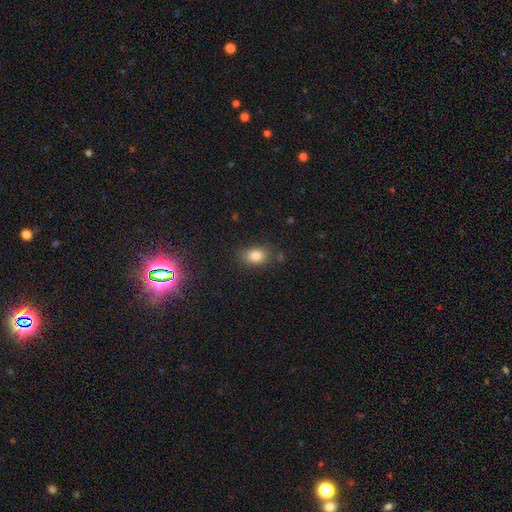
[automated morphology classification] type=smooth (83%); roundness=in between (77%); merging=none (79%).